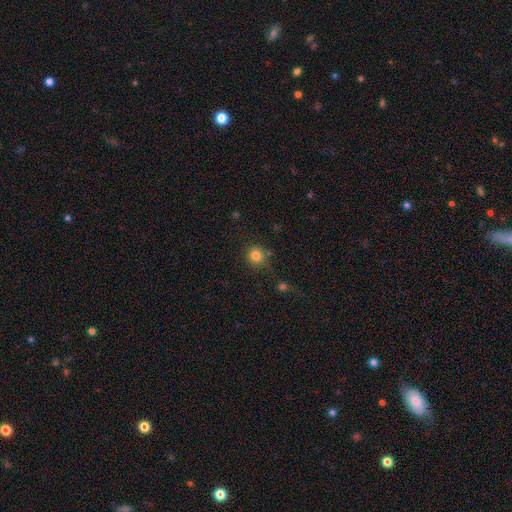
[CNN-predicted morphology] Smooth or featured? Predicted: smooth (p=0.82). How rounded? Predicted: round (p=0.92). Merging? Predicted: none (p=0.78).